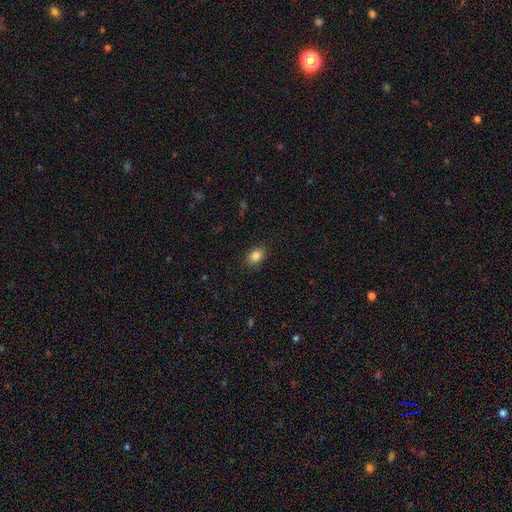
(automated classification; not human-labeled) Smooth or featured?
  - smooth: 85% *
  - star or artifact: 9%
  - featured or disk: 6%
How rounded?
  - in between: 70% *
  - round: 29%
  - cigar-shaped: 1%
Merging?
  - none: 87% *
  - minor disturbance: 10%
  - major disturbance: 2%
  - merger: 1%